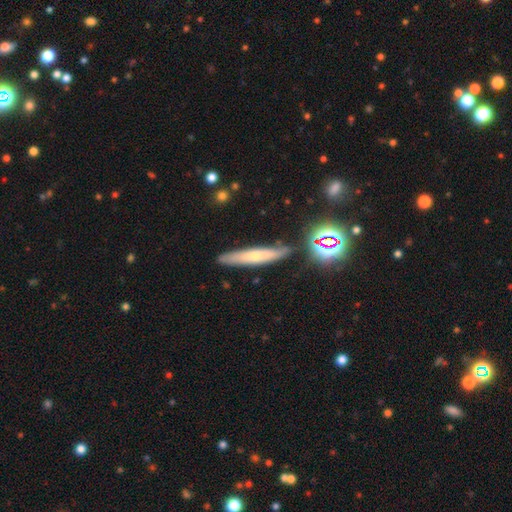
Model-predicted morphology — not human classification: The model was most divided on "smooth or featured": smooth: 51%, featured or disk: 37%, star or artifact: 13%. More confident: how rounded — cigar-shaped (89%); merging — none (80%).